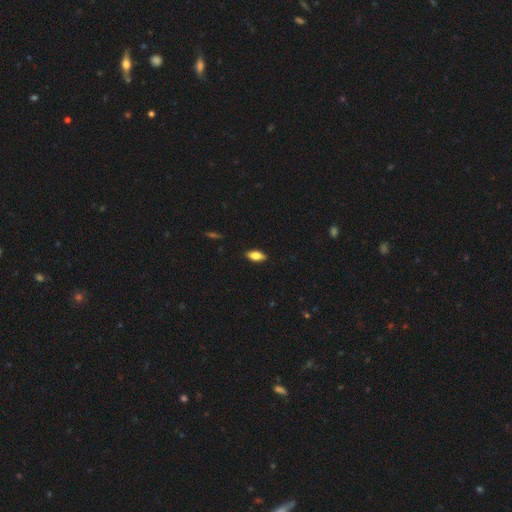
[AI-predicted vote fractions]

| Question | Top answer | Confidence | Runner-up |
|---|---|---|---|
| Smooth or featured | smooth | 80% | featured or disk (13%) |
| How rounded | in between | 85% | cigar-shaped (12%) |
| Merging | none | 89% | minor disturbance (8%) |